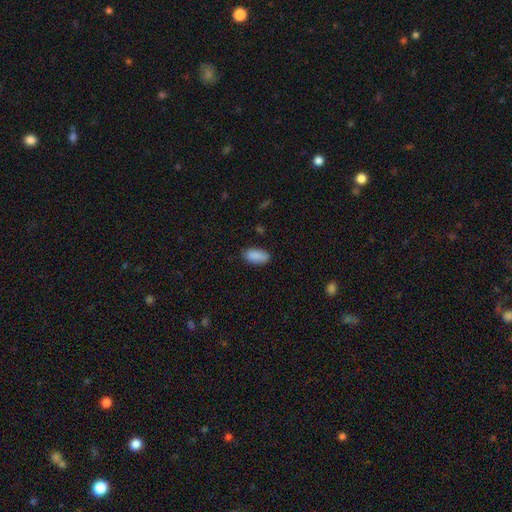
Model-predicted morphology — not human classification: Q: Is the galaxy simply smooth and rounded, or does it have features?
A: smooth — 89%.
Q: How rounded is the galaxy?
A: in between — 89%.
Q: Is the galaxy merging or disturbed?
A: none — 81%.